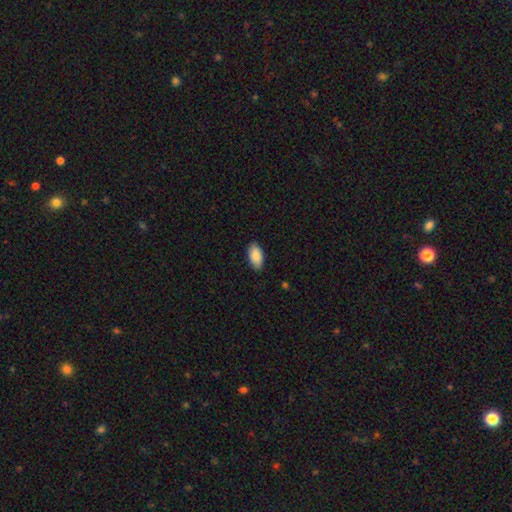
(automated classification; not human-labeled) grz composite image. It shows a smooth galaxy with no disk features (89%) that is in between round and cigar-shaped (94%). Merging: none (86%).